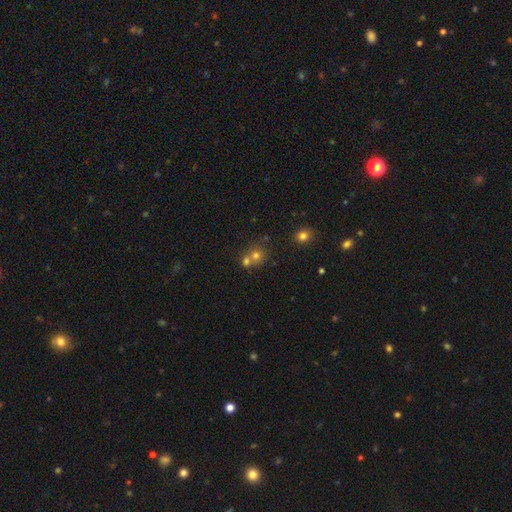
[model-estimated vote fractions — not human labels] Smooth or featured?
  - smooth: 68% *
  - star or artifact: 17%
  - featured or disk: 15%
How rounded?
  - round: 84% *
  - in between: 15%
  - cigar-shaped: 1%
Merging?
  - merger: 49% *
  - none: 43%
  - minor disturbance: 6%
  - major disturbance: 3%